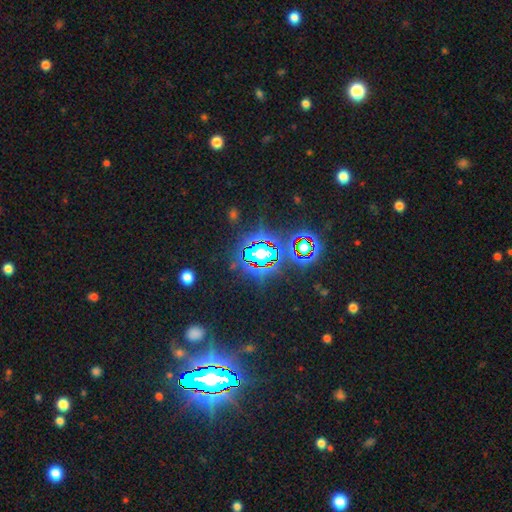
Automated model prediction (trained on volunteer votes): This appears to be a star or artifact, not a galaxy (81%).